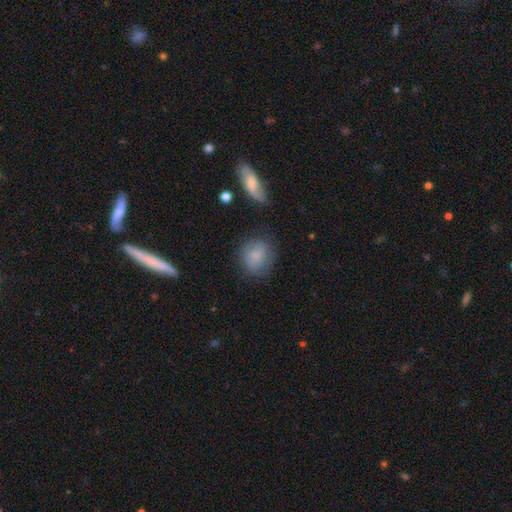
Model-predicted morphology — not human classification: Smooth or featured? smooth (73%)
How rounded? round (75%)
Merging? none (70%)